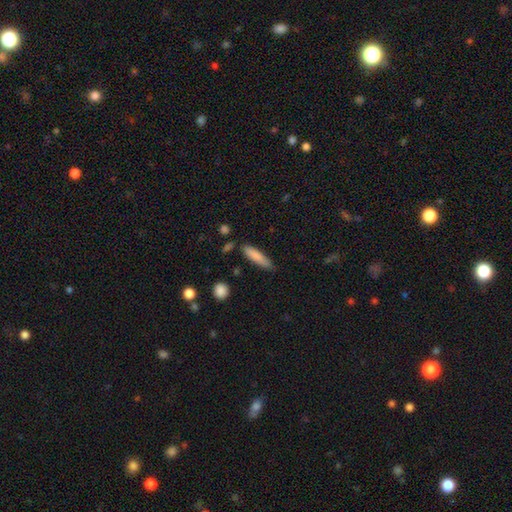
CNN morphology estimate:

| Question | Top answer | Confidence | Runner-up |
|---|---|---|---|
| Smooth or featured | smooth | 81% | featured or disk (13%) |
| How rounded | cigar-shaped | 80% | in between (18%) |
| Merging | none | 77% | minor disturbance (17%) |